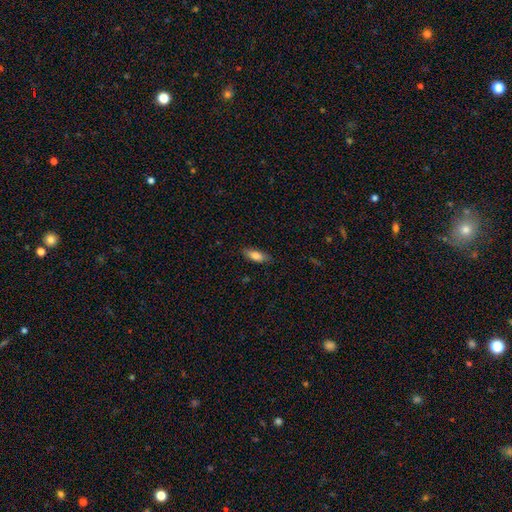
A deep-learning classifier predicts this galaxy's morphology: Smooth or featured? Predicted: smooth (p=0.79). How rounded? Predicted: in between (p=0.74). Merging? Predicted: none (p=0.85).